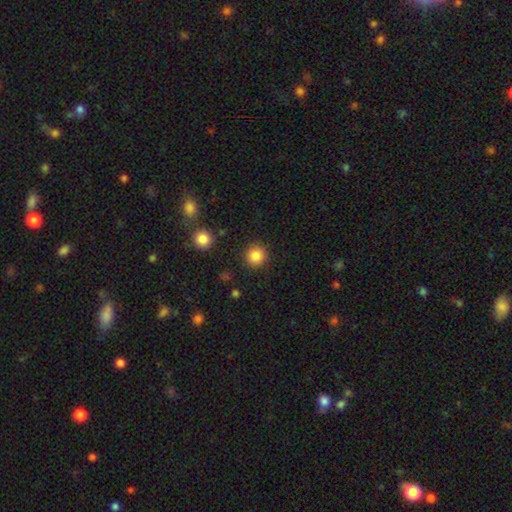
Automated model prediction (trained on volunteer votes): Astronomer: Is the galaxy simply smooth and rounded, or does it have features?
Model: smooth — 86%.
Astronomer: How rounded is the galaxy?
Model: round — 93%.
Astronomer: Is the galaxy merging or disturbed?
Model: none — 89%.